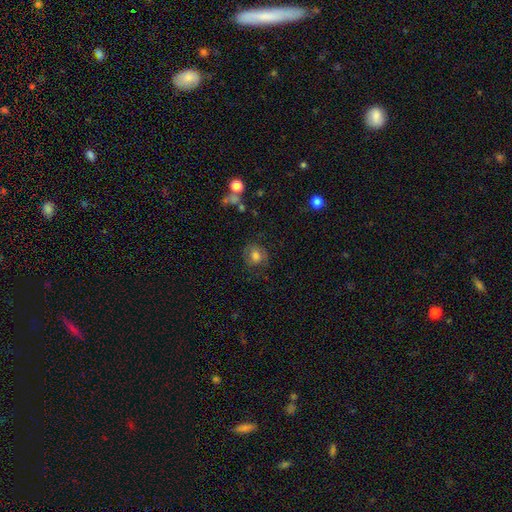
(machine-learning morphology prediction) Smooth or featured? smooth (64%)
How rounded? round (73%)
Merging? none (71%)